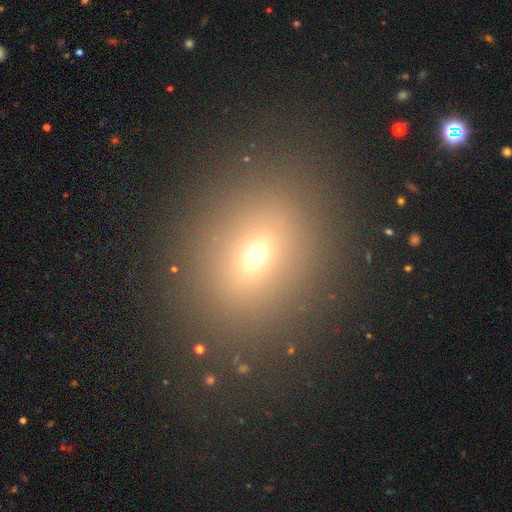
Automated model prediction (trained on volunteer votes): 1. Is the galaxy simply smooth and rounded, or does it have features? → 63% smooth, 25% star or artifact, 12% featured or disk.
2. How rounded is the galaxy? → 59% round, 40% in between, 2% cigar-shaped.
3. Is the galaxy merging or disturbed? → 85% none, 8% minor disturbance, 5% major disturbance, 2% merger.